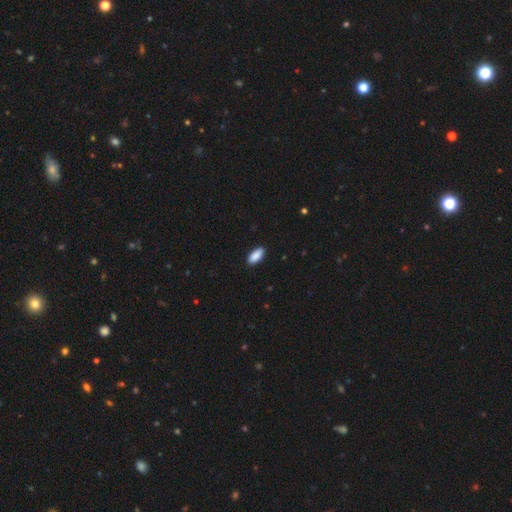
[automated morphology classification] Smooth or featured? smooth (90%)
How rounded? in between (88%)
Merging? none (89%)